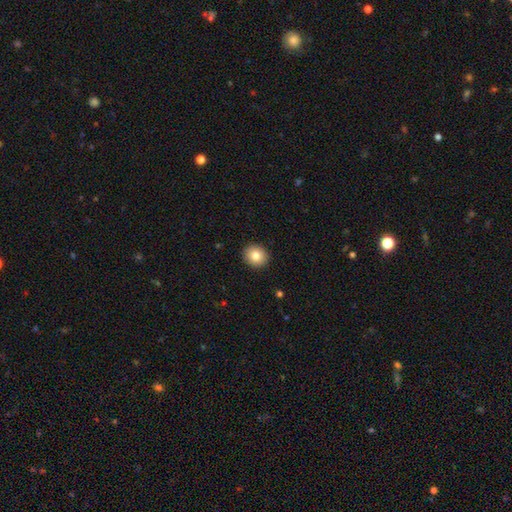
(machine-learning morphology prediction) Smooth or featured?
  - smooth: 82% *
  - star or artifact: 9%
  - featured or disk: 9%
How rounded?
  - round: 82% *
  - in between: 17%
  - cigar-shaped: 1%
Merging?
  - none: 92% *
  - minor disturbance: 5%
  - major disturbance: 2%
  - merger: 1%